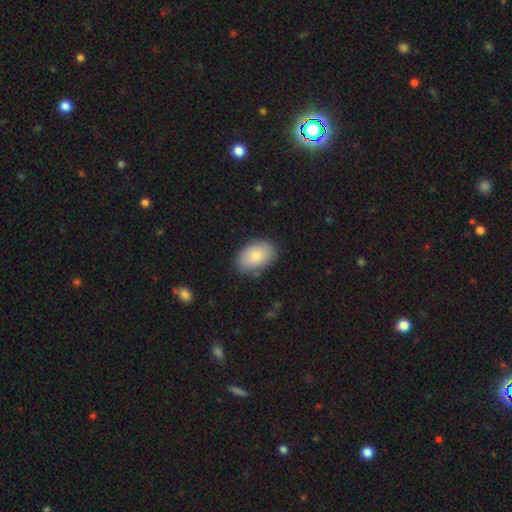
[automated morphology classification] type=smooth (85%); roundness=in between (90%); merging=none (81%).